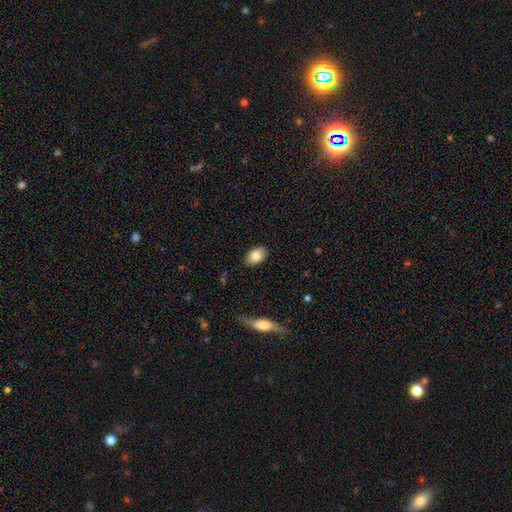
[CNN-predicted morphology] Smooth or featured?
  - smooth: 84% *
  - featured or disk: 9%
  - star or artifact: 7%
How rounded?
  - in between: 87% *
  - round: 11%
  - cigar-shaped: 1%
Merging?
  - none: 87% *
  - minor disturbance: 10%
  - major disturbance: 2%
  - merger: 1%